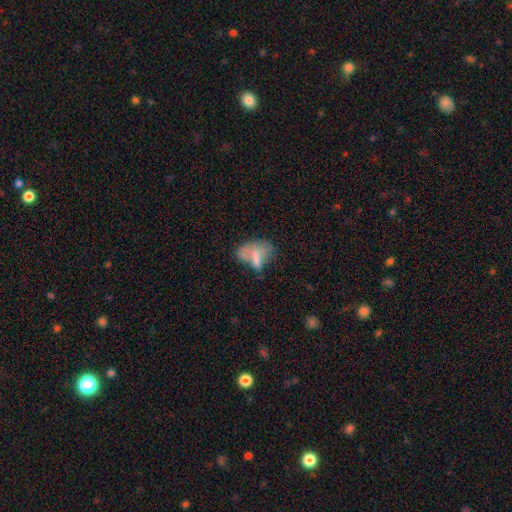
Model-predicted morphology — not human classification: Smooth or featured: smooth — 59% (featured or disk — 30%)
How rounded: in between — 86% (round — 10%)
Merging: major disturbance — 33% (none — 25%)